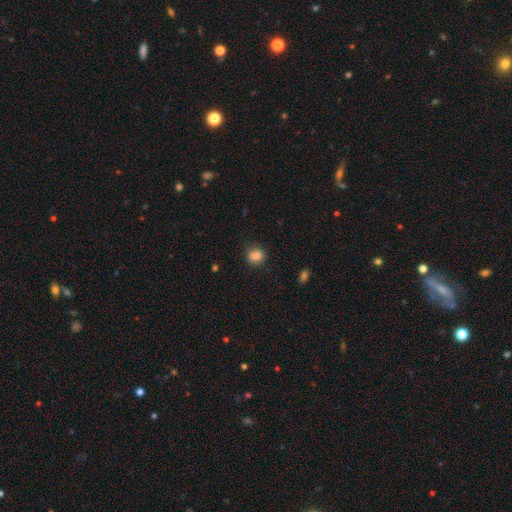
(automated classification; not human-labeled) Smooth or featured? smooth (84%)
How rounded? round (73%)
Merging? none (82%)